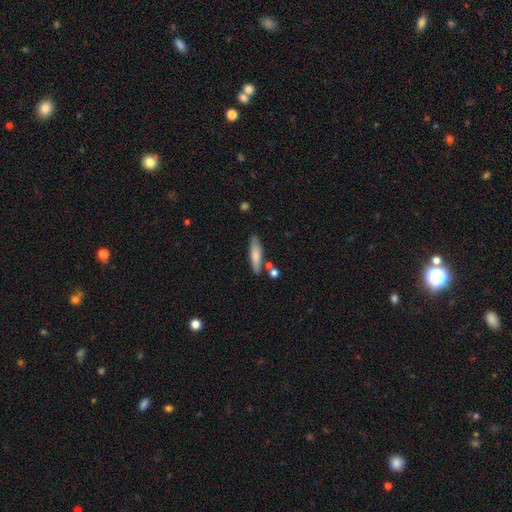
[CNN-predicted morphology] Smooth or featured? Predicted: smooth (p=0.75). How rounded? Predicted: cigar-shaped (p=0.72). Merging? Predicted: none (p=0.77).